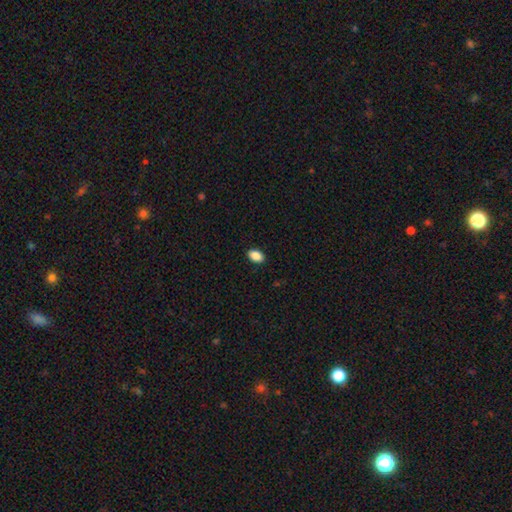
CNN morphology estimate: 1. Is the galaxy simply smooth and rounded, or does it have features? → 89% smooth, 8% star or artifact, 3% featured or disk.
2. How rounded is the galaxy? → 89% in between, 9% round, 1% cigar-shaped.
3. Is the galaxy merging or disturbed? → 90% none, 7% minor disturbance, 2% major disturbance, 1% merger.